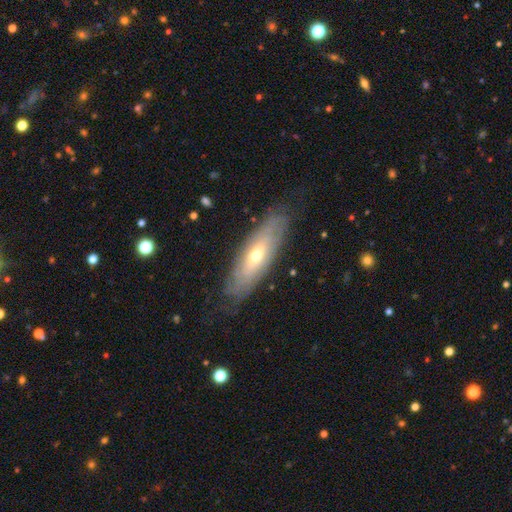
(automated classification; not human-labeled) A featured or disk galaxy (63%). Merging: none (77%).